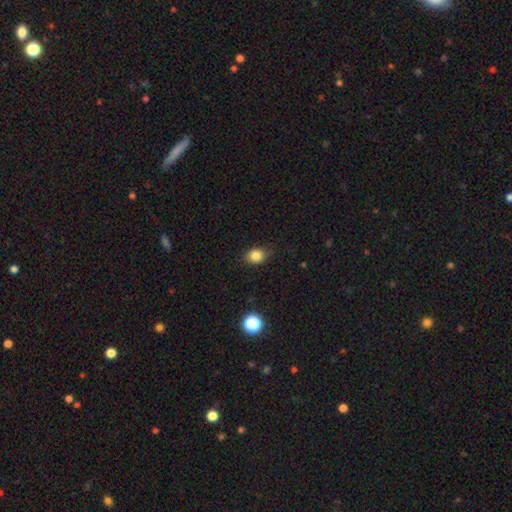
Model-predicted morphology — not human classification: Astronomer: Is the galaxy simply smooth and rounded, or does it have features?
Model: smooth — 83%.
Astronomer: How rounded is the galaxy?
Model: in between — 52% (runner-up: round, 47%).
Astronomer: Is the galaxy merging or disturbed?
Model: none — 82%.